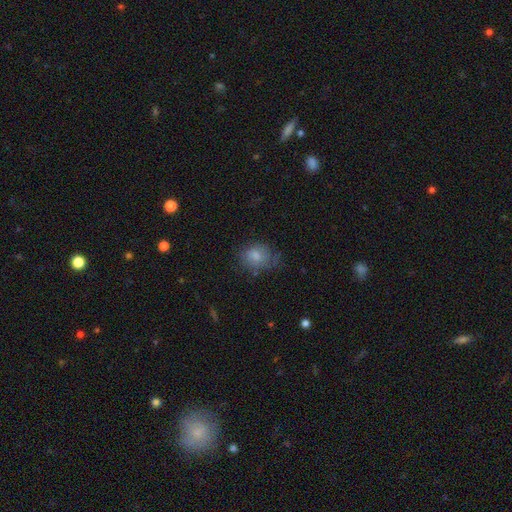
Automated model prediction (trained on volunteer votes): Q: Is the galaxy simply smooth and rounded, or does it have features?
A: smooth — 63%.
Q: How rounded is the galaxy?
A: round — 50%.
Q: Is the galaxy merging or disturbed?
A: none — 59%.